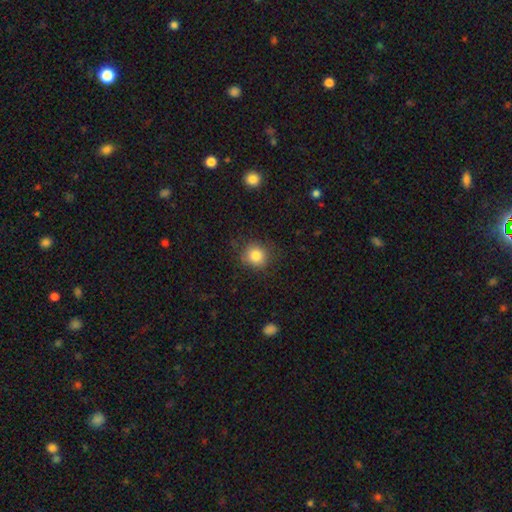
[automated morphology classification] This is clearly a smooth galaxy (82%). How rounded: clearly round (88%). Merging: clearly none (83%).